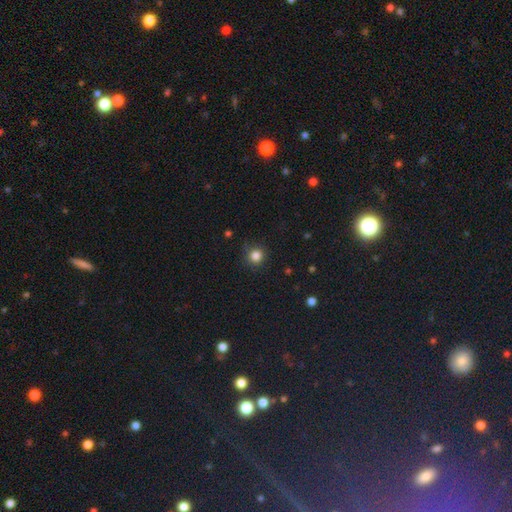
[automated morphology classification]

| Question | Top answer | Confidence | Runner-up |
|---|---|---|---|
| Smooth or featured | smooth | 83% | star or artifact (13%) |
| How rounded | round | 92% | in between (7%) |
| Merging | none | 83% | minor disturbance (12%) |